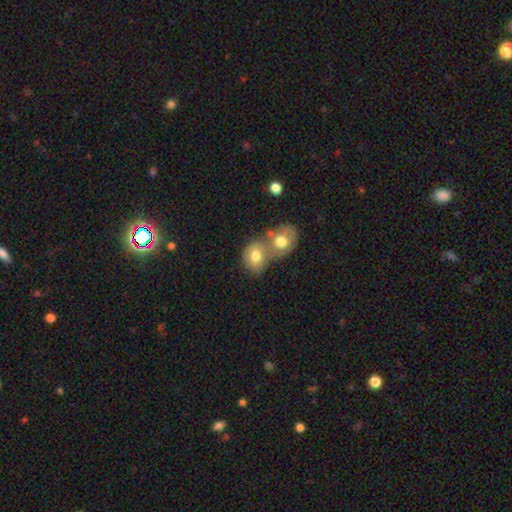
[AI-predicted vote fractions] smooth 73%, featured or disk 19%, star or artifact 8%. Down the decision tree: how rounded — in between (51%); merging — merger (67%).